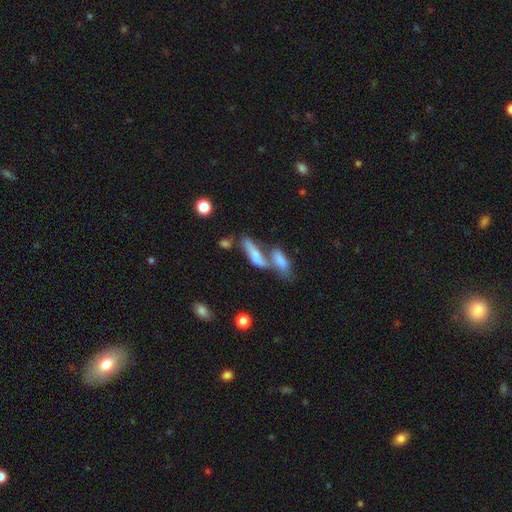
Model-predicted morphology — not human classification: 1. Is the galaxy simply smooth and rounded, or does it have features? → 62% smooth, 28% featured or disk, 9% star or artifact.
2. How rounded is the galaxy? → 52% cigar-shaped, 45% in between, 3% round.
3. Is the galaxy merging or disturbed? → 61% merger, 23% none, 9% minor disturbance, 7% major disturbance.